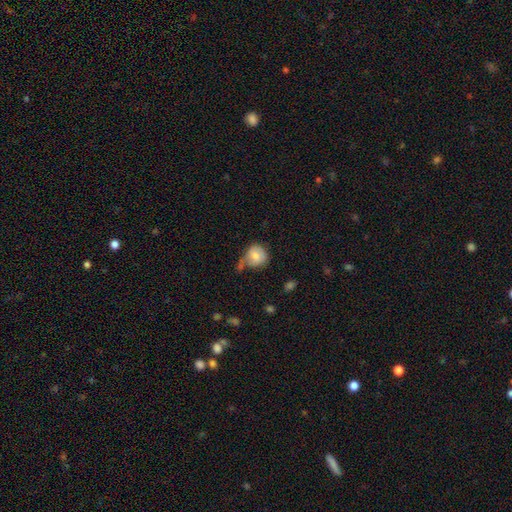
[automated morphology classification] smooth_or_featured: smooth (p=0.73) [alt: featured or disk p=0.19]
how_rounded: round (p=0.76) [alt: in between p=0.23]
merging: none (p=0.41) [alt: minor disturbance p=0.30]